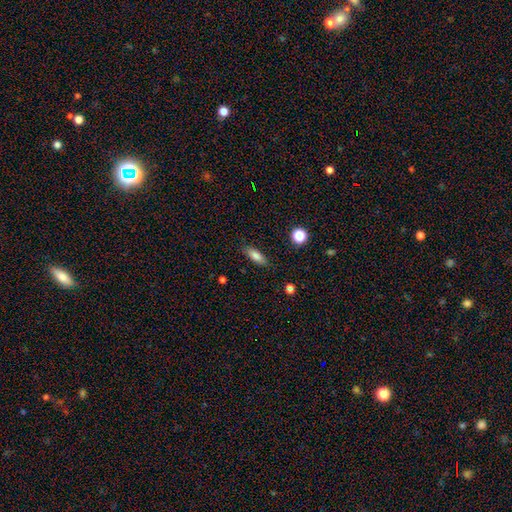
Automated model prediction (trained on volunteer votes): Smooth or featured? smooth (80%)
How rounded? in between (65%)
Merging? none (85%)